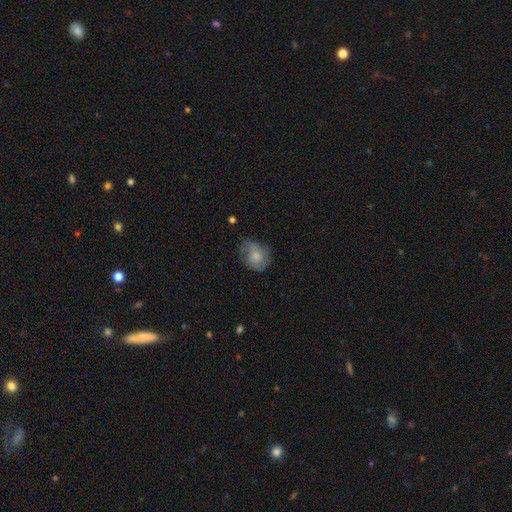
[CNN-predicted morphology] This is likely a smooth galaxy (64%). How rounded: possibly round (50%). Merging: possibly none (53%).